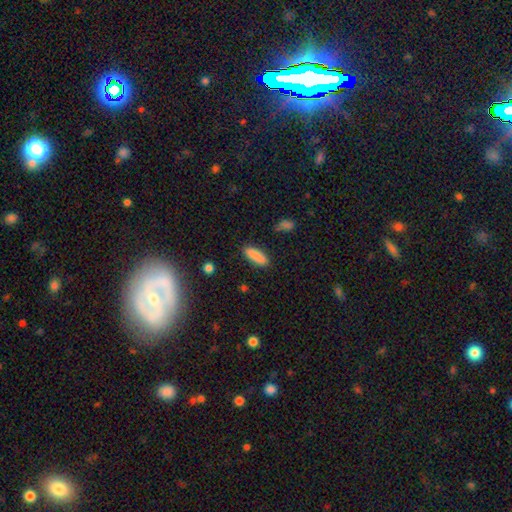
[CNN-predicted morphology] smooth 87%, star or artifact 7%, featured or disk 6%. Down the decision tree: how rounded — in between (54%); merging — none (87%).